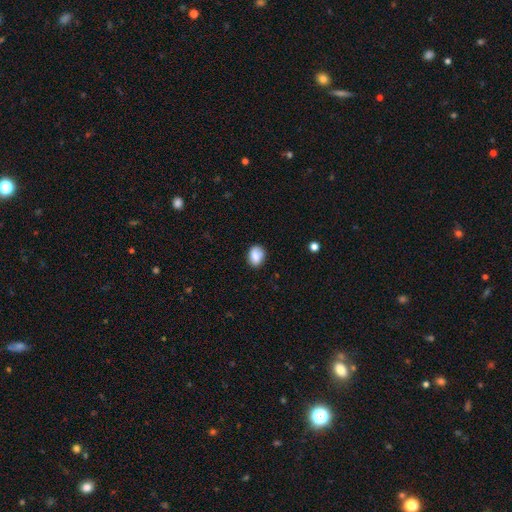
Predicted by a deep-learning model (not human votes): Q: Smooth or featured?
A: smooth (81%); runner-up: featured or disk (11%)
Q: How rounded?
A: in between (66%); runner-up: round (33%)
Q: Merging?
A: none (79%); runner-up: minor disturbance (16%)